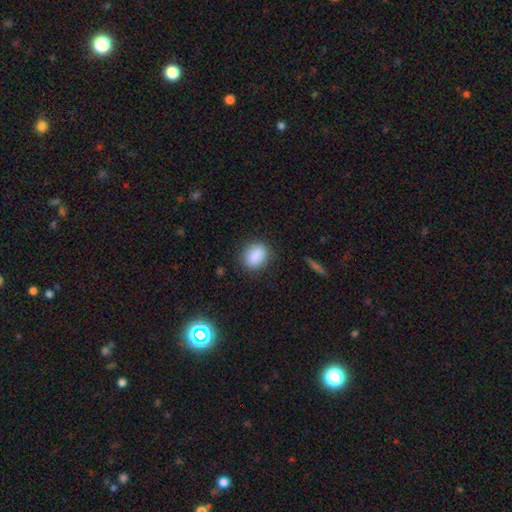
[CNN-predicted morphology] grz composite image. It shows a smooth galaxy with no disk features (88%) that is in between round and cigar-shaped (59%). Merging: none (83%).